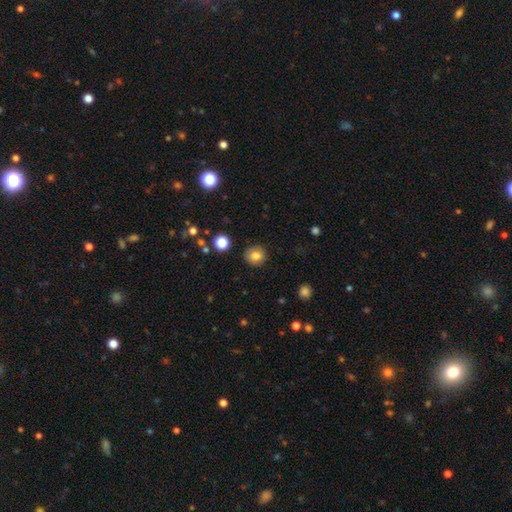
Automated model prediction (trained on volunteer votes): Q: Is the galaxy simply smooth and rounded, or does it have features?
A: smooth — 83%.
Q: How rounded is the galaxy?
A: round — 90%.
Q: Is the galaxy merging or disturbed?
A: none — 90%.